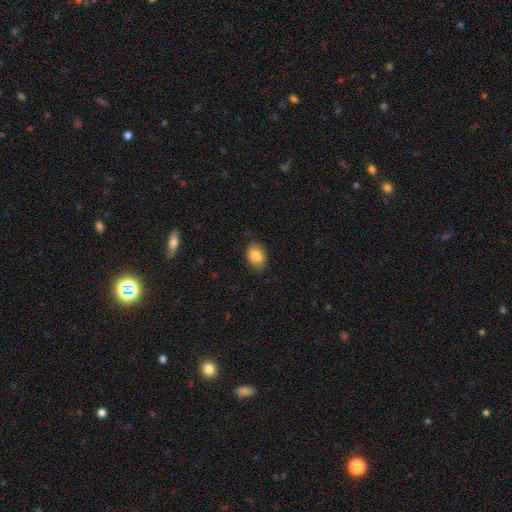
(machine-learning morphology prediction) type=smooth (83%); roundness=in between (79%); merging=none (83%).